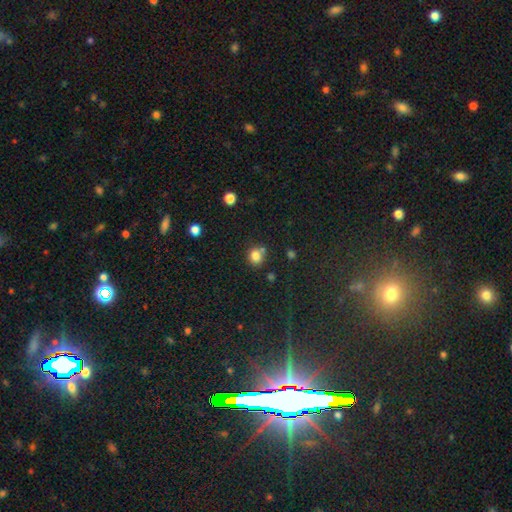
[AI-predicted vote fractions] The model was most divided on "merging": none: 63%, merger: 21%, minor disturbance: 12%, major disturbance: 4%. More confident: smooth or featured — smooth (80%); how rounded — round (79%).